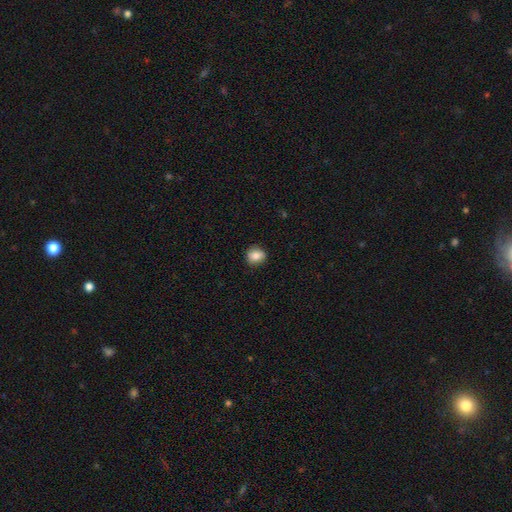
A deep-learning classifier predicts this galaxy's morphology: type=smooth (84%); roundness=round (76%); merging=none (87%).